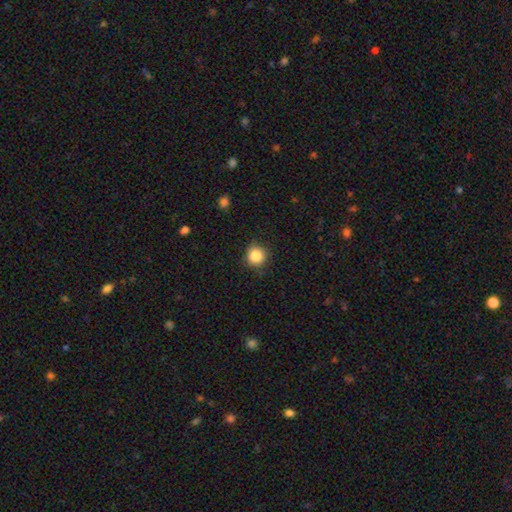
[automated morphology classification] smooth_or_featured: smooth (p=0.86) [alt: star or artifact p=0.10]
how_rounded: round (p=0.93) [alt: in between p=0.06]
merging: none (p=0.87) [alt: minor disturbance p=0.09]